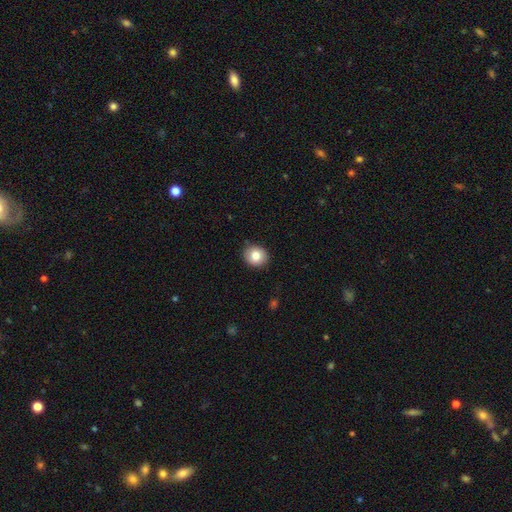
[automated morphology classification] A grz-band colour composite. It shows a smooth galaxy with no disk features (83%) that is round (74%). Merging: none (87%).